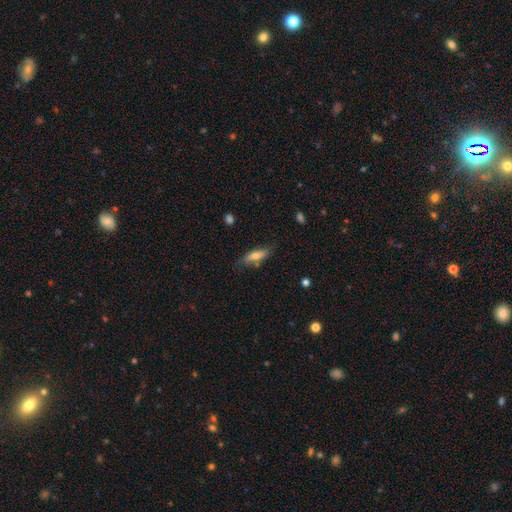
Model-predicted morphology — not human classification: Smooth or featured? Predicted: smooth (p=0.67). How rounded? Predicted: in between (p=0.52). Merging? Predicted: none (p=0.73).